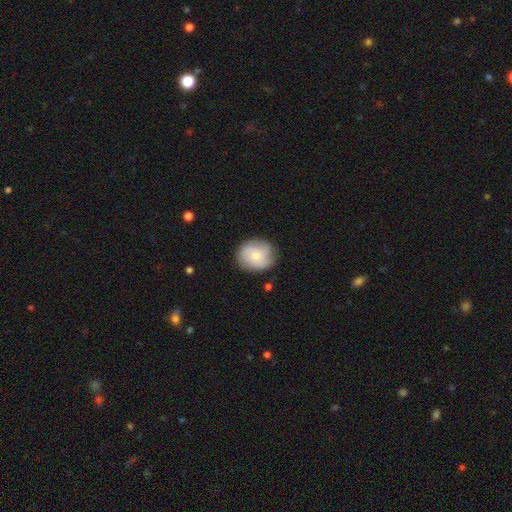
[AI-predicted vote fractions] smooth-or-featured: smooth: 53% | featured or disk: 39% | star or artifact: 8%
  how-rounded: round: 74% | in between: 25% | cigar-shaped: 1%
  merging: none: 78% | minor disturbance: 16% | major disturbance: 4% | merger: 1%